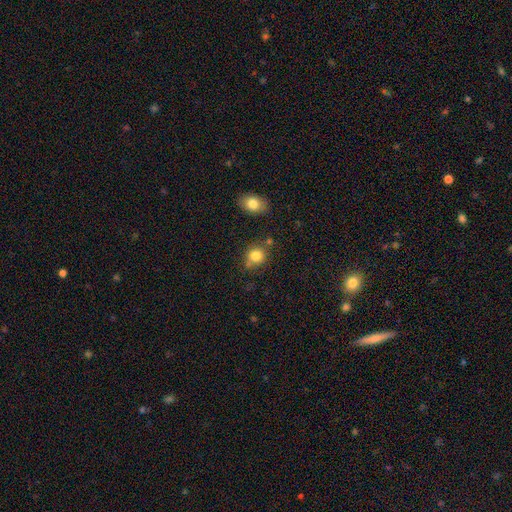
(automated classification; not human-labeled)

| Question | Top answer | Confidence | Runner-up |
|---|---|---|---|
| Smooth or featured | smooth | 83% | star or artifact (10%) |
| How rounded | round | 76% | in between (23%) |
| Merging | none | 70% | minor disturbance (16%) |